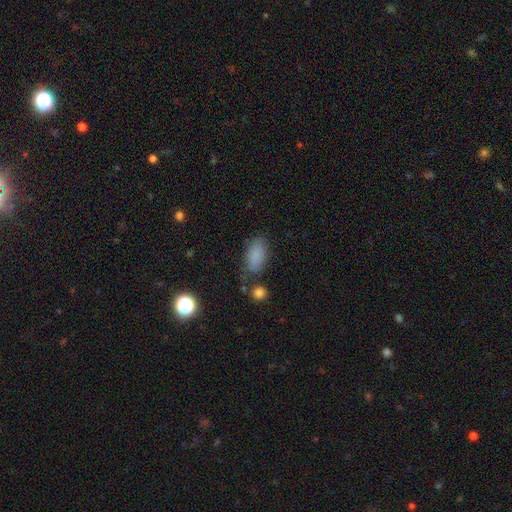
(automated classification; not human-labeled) Q: Smooth or featured?
A: smooth (84%); runner-up: star or artifact (10%)
Q: How rounded?
A: in between (90%); runner-up: cigar-shaped (6%)
Q: Merging?
A: none (68%); runner-up: minor disturbance (20%)